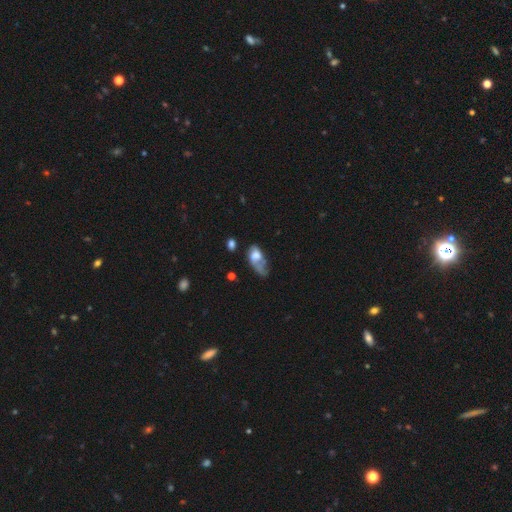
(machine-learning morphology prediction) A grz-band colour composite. It shows a smooth galaxy with no disk features (51%) that is in between round and cigar-shaped (86%). Merging: major disturbance (45%).